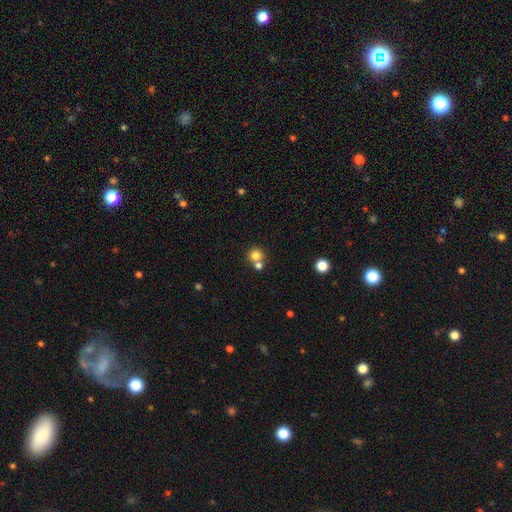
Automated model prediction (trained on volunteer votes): The model was most divided on "merging": none: 53%, merger: 38%, minor disturbance: 6%, major disturbance: 3%. More confident: how rounded — round (89%); smooth or featured — smooth (79%).